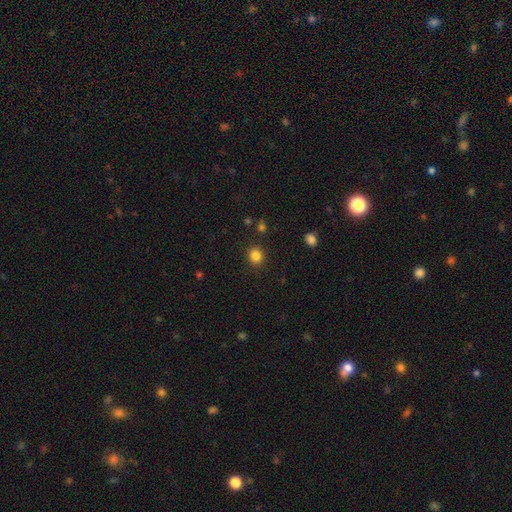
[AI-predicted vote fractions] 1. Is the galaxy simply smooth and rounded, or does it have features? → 84% smooth, 12% star or artifact, 4% featured or disk.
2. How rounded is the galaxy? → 84% round, 15% in between, 1% cigar-shaped.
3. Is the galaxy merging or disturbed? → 88% none, 7% minor disturbance, 3% major disturbance, 2% merger.